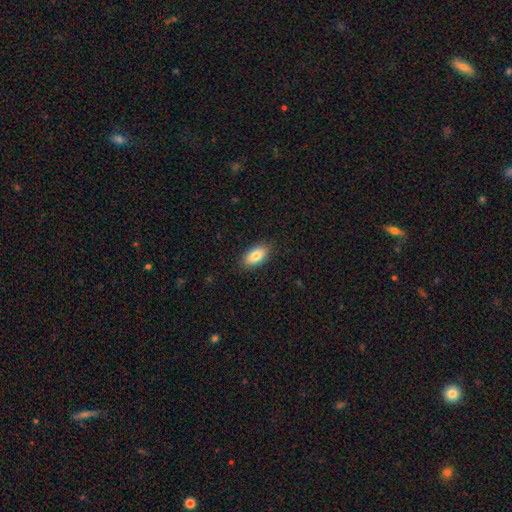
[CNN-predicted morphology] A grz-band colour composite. It shows a smooth galaxy with no disk features (83%) that is in between round and cigar-shaped (91%). Merging: none (88%).